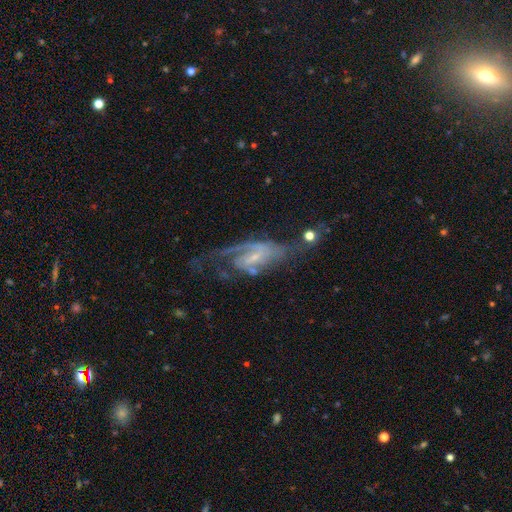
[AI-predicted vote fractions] featured or disk 84%, smooth 9%, star or artifact 8%. Down the decision tree: edge-on disk — no (94%); bar — weak (46%); spiral arms — yes (92%); spiral arm count — 2 (63%); spiral winding — medium (46%); bulge size — small (70%); merging — none (39%).